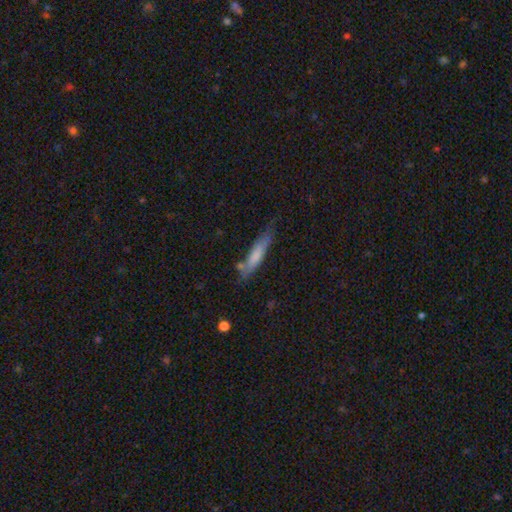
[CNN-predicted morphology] smooth-or-featured: smooth: 69% | featured or disk: 25% | star or artifact: 6%
  how-rounded: cigar-shaped: 86% | in between: 13% | round: 1%
  merging: none: 65% | minor disturbance: 23% | merger: 7% | major disturbance: 5%